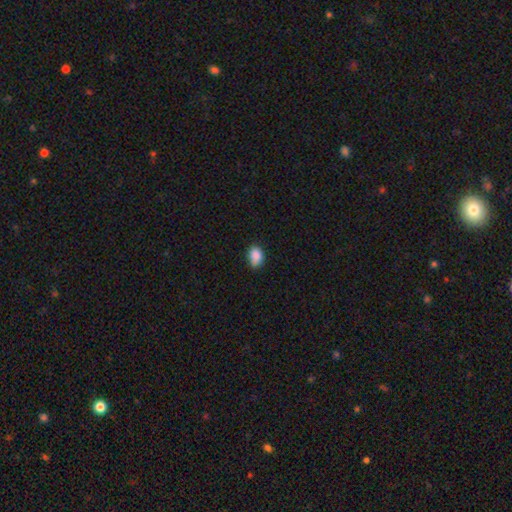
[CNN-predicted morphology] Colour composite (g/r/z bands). It shows a smooth galaxy with no disk features (87%) that is in between round and cigar-shaped (79%). Merging: none (63%).